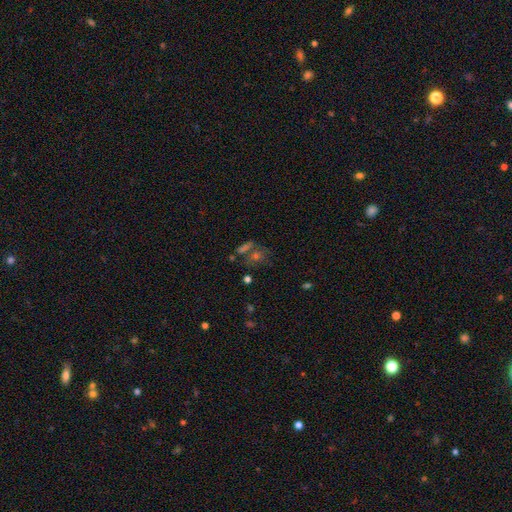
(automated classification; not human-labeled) Smooth or featured? star or artifact (37%)